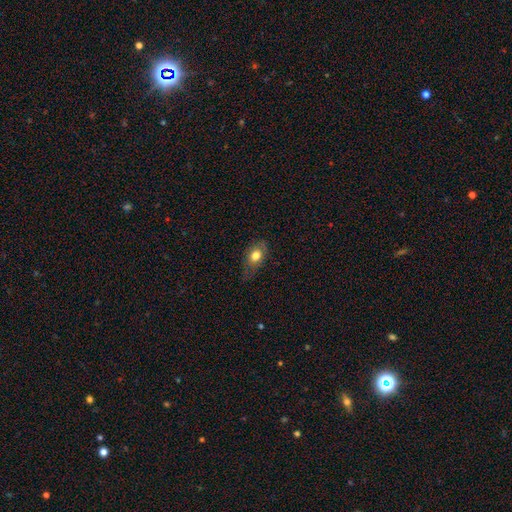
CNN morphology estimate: Smooth or featured? smooth (73%)
How rounded? in between (77%)
Merging? none (58%)